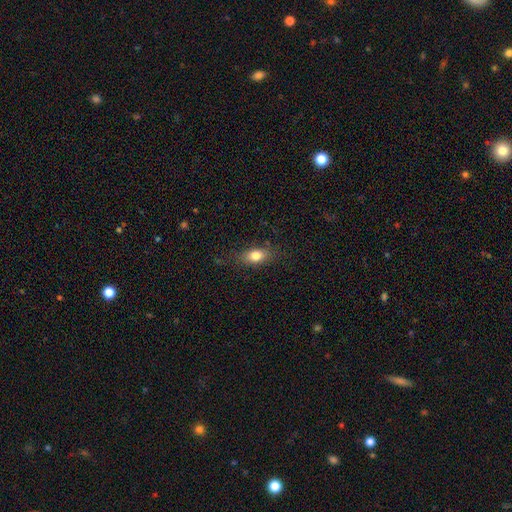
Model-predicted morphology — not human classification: type=smooth (78%); roundness=in between (80%); merging=none (79%).